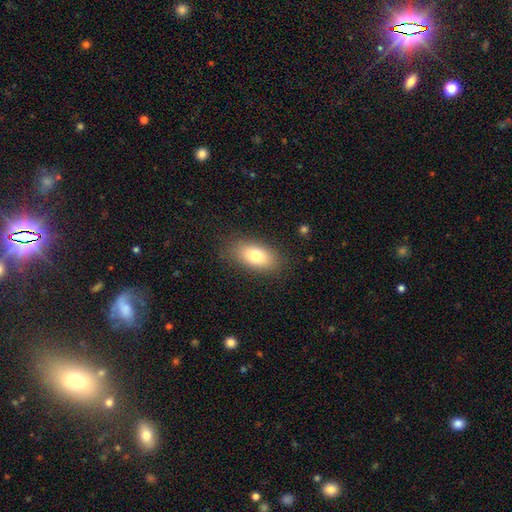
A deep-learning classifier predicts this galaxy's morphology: Smooth or featured? smooth (78%)
How rounded? in between (89%)
Merging? none (84%)